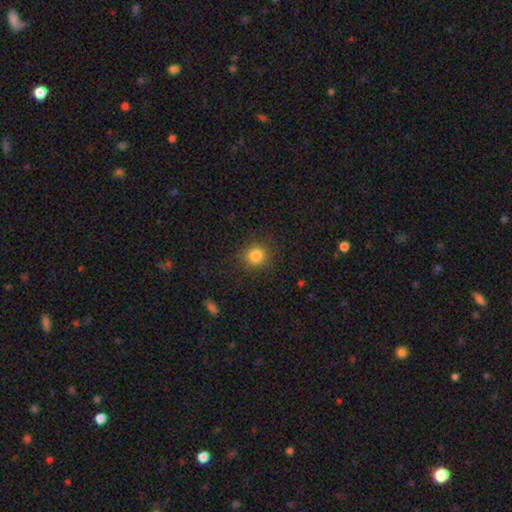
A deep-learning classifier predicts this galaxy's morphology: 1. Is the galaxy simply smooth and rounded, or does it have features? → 83% smooth, 12% star or artifact, 5% featured or disk.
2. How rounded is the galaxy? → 89% round, 10% in between, 1% cigar-shaped.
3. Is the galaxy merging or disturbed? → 86% none, 9% minor disturbance, 4% major disturbance, 1% merger.